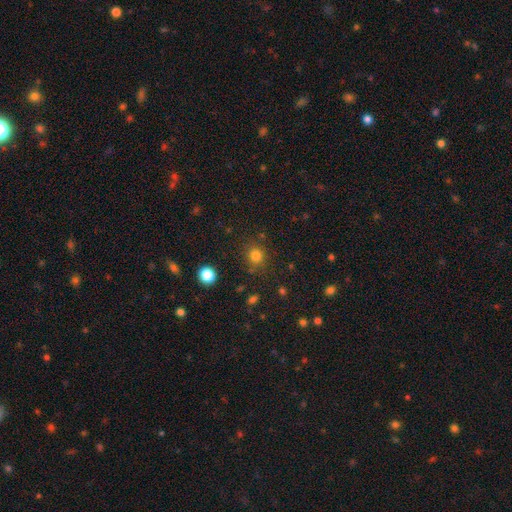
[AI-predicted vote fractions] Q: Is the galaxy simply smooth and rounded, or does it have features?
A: smooth — 80%.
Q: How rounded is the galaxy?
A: round — 84%.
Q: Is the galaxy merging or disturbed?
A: none — 83%.